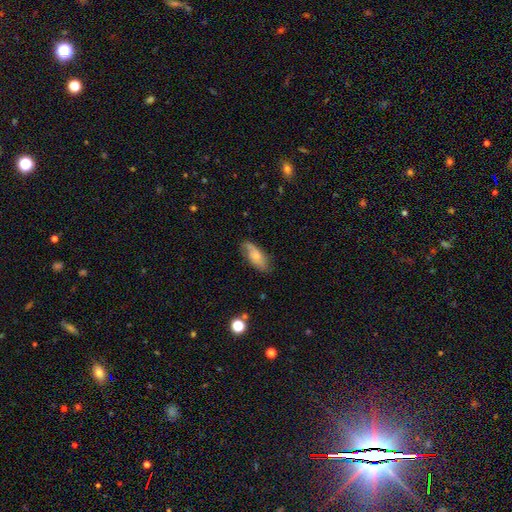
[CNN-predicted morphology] Smooth or featured: smooth — 55% (featured or disk — 38%)
How rounded: in between — 82% (cigar-shaped — 15%)
Merging: none — 68% (minor disturbance — 24%)